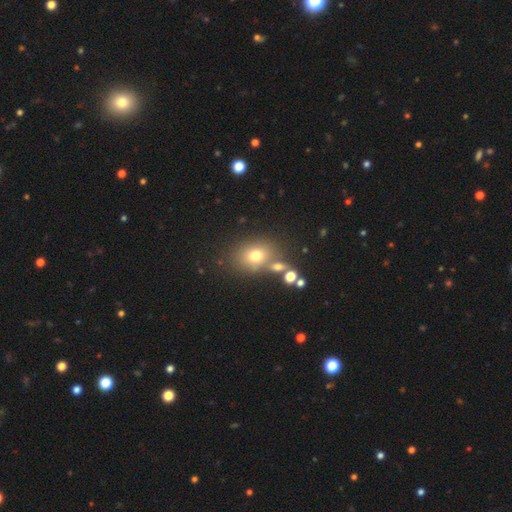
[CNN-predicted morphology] type=smooth (71%); roundness=round (50%); merging=none (62%).